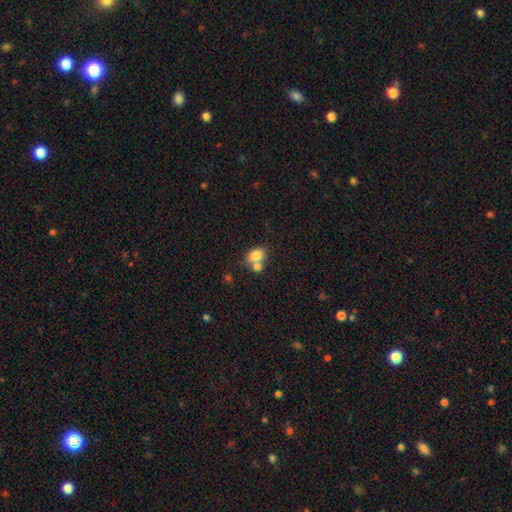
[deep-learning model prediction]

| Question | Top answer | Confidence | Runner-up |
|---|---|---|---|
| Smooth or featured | smooth | 80% | featured or disk (11%) |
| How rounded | in between | 72% | round (27%) |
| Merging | merger | 48% | none (38%) |